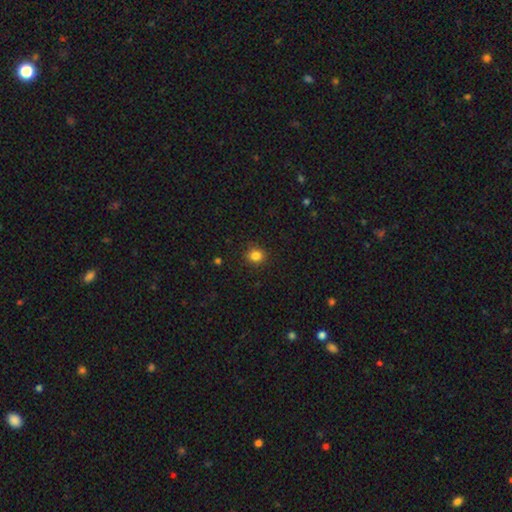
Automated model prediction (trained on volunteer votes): Morphology: type=smooth (84%); roundness=round (81%); merging=none (90%).